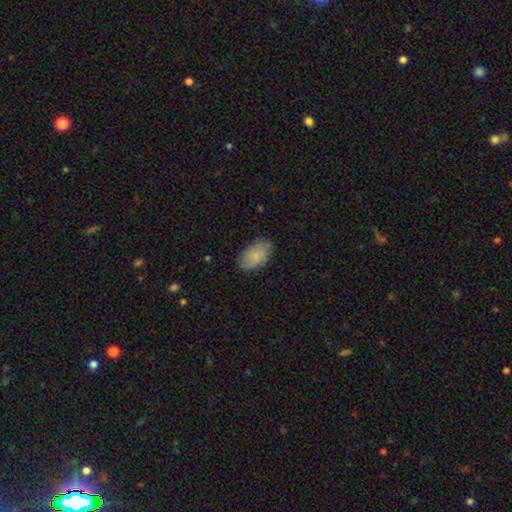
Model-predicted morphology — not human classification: This appears to be a smooth galaxy with no disk features (73%) that is in between round and cigar-shaped (93%). Merging: none (76%).